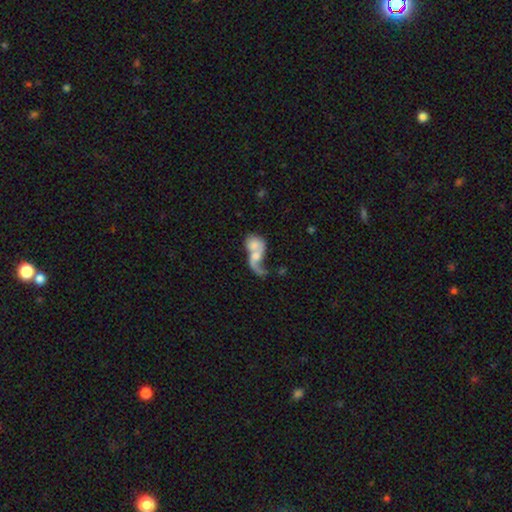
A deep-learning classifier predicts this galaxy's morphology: This appears to be a featured or disk galaxy (56%) with no bar (75%), spiral arms (61%) and a moderate central bulge (40%). Merging: merger (63%).